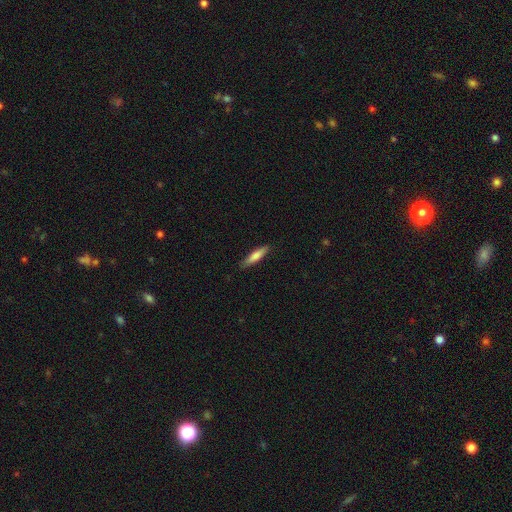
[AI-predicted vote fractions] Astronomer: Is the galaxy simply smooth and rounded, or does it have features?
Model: smooth — 73%.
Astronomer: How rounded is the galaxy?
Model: cigar-shaped — 80%.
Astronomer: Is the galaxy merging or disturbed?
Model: none — 87%.